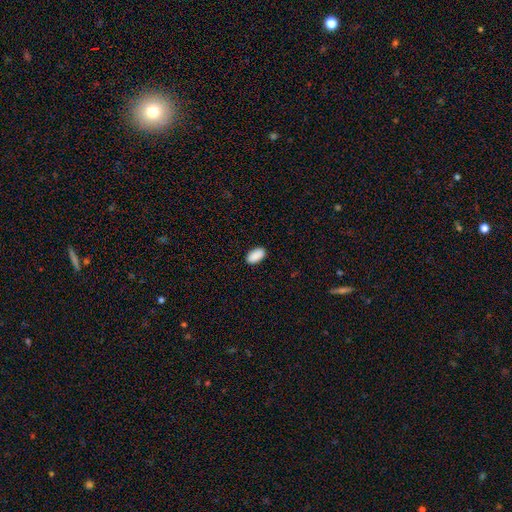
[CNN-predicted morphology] smooth-or-featured: smooth: 91% | star or artifact: 7% | featured or disk: 2%
  how-rounded: in between: 95% | round: 3% | cigar-shaped: 2%
  merging: none: 90% | minor disturbance: 8% | major disturbance: 2% | merger: 1%